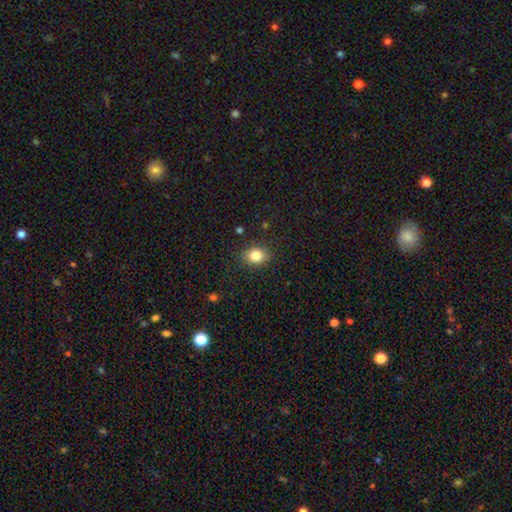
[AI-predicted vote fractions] Smooth or featured? smooth (82%)
How rounded? in between (55%)
Merging? none (86%)